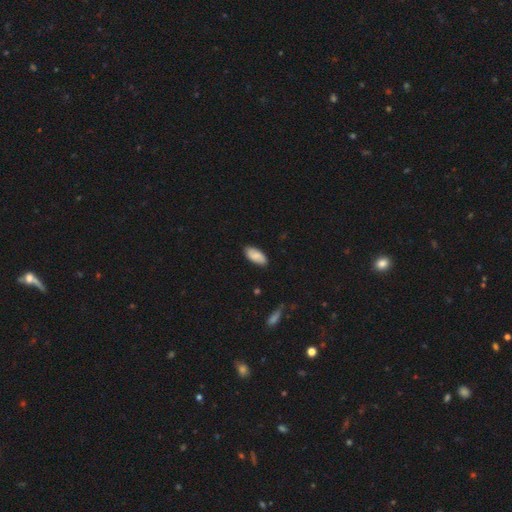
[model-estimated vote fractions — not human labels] smooth-or-featured: smooth: 82% | featured or disk: 12% | star or artifact: 6%
  how-rounded: in between: 90% | cigar-shaped: 8% | round: 2%
  merging: none: 84% | minor disturbance: 13% | major disturbance: 2% | merger: 1%